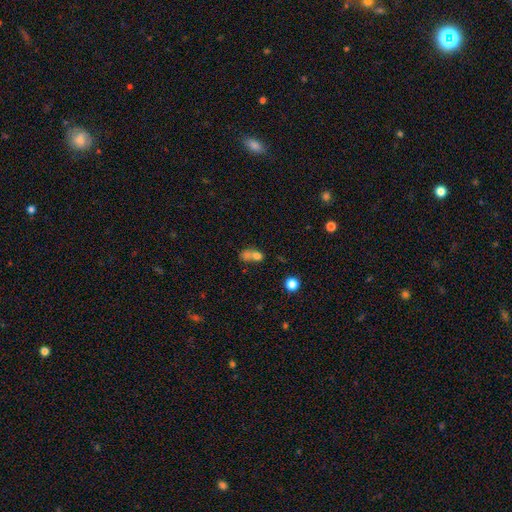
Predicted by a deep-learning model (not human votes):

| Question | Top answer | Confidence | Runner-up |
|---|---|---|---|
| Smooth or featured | smooth | 67% | featured or disk (18%) |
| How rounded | in between | 51% | round (44%) |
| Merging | merger | 60% | none (22%) |